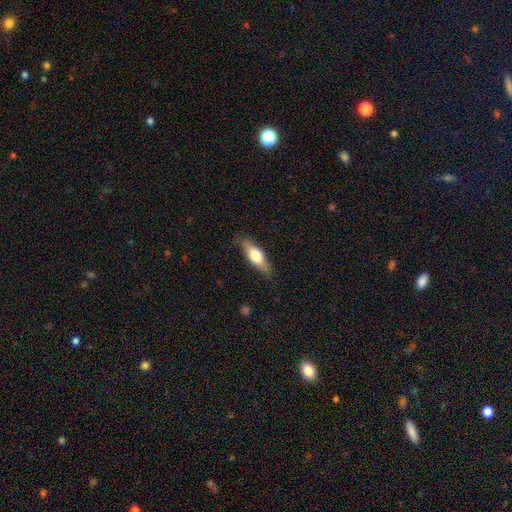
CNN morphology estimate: Overall: smooth (59%; featured or disk 35%). How rounded: in between (50%; cigar-shaped 47%). Merging: none (83%).